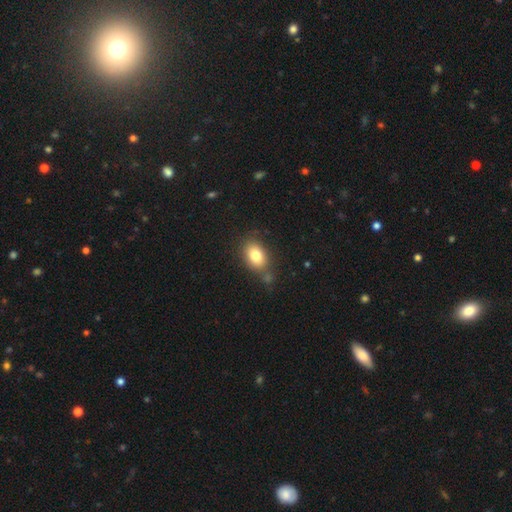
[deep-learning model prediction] Morphology: type=smooth (80%); roundness=in between (80%); merging=none (69%).